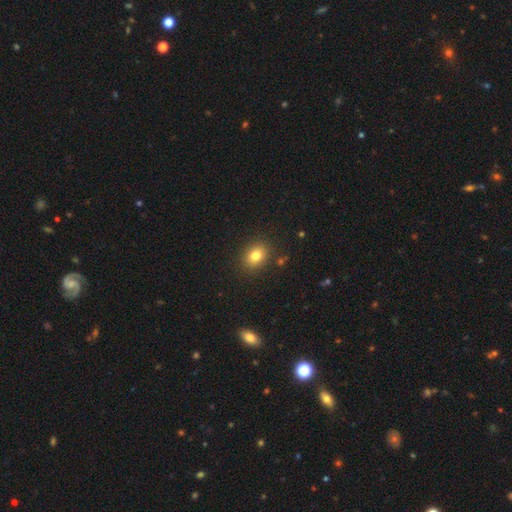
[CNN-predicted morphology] This is likely a smooth galaxy (80%). How rounded: possibly in between (59%). Merging: clearly none (87%).